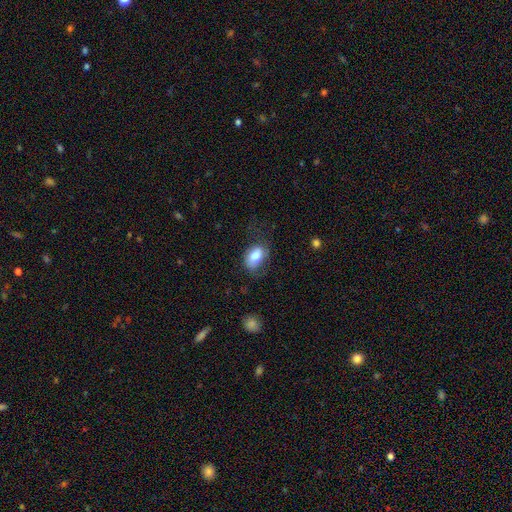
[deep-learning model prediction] Q: Smooth or featured?
A: smooth (79%); runner-up: featured or disk (13%)
Q: How rounded?
A: in between (87%); runner-up: round (11%)
Q: Merging?
A: none (60%); runner-up: minor disturbance (25%)